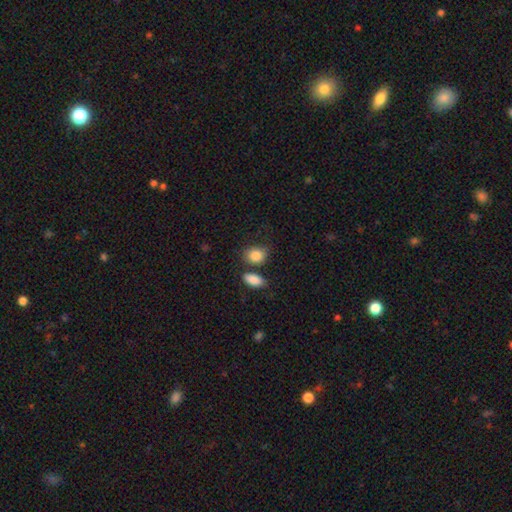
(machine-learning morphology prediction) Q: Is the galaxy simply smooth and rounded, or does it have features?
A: smooth — 87%.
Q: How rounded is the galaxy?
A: in between — 61%.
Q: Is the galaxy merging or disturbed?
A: none — 60%.